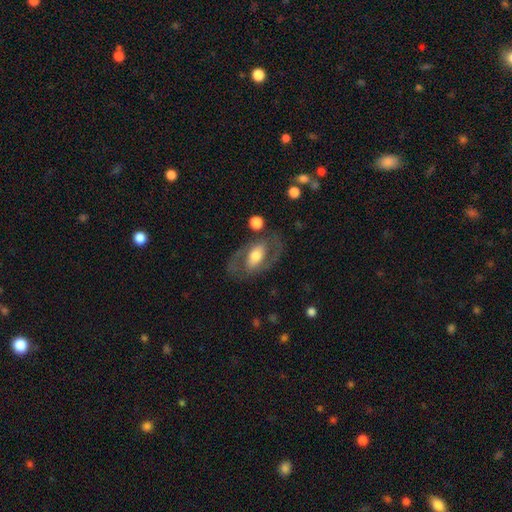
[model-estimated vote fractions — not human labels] This appears to be a featured or disk galaxy (64%) with no bar (42%), spiral arms (61%) and a moderate central bulge (59%). Merging: none (70%).